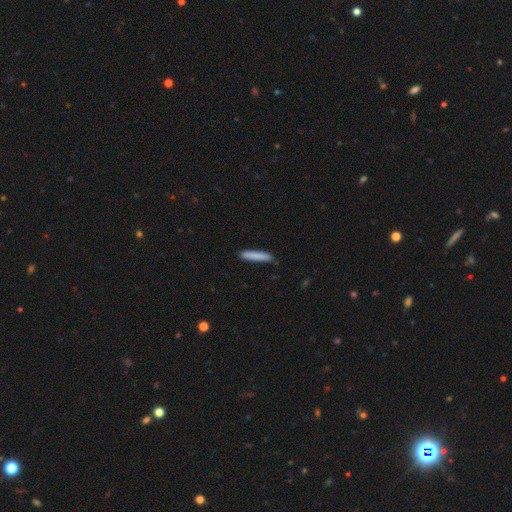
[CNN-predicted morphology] The model was most divided on "smooth or featured": smooth: 85%, featured or disk: 9%, star or artifact: 6%. More confident: how rounded — cigar-shaped (92%); merging — none (89%).